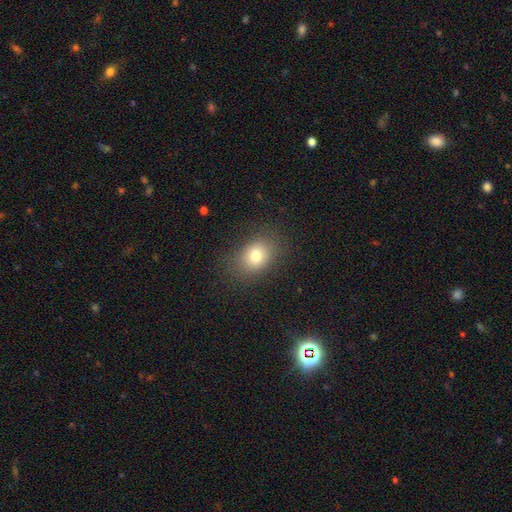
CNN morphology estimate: Smooth or featured? smooth (77%)
How rounded? in between (64%)
Merging? none (80%)